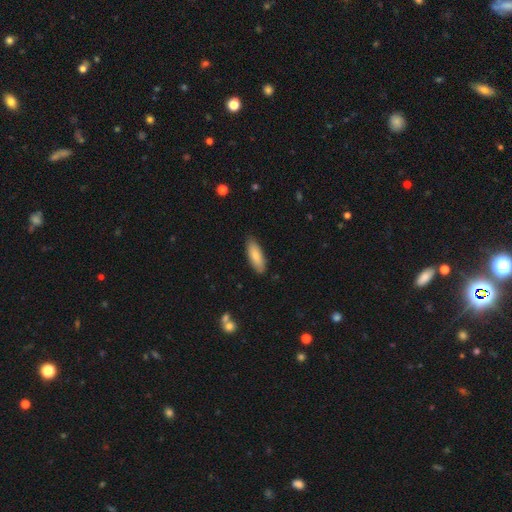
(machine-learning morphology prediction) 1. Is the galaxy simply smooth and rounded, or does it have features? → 79% smooth, 15% featured or disk, 6% star or artifact.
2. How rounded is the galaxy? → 62% in between, 37% cigar-shaped, 2% round.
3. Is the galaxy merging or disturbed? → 85% none, 12% minor disturbance, 2% major disturbance, 1% merger.